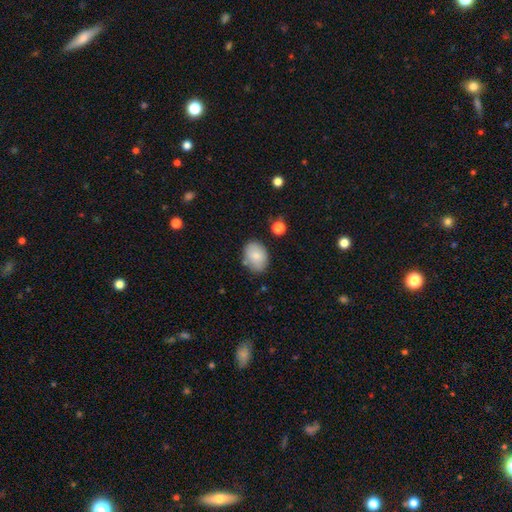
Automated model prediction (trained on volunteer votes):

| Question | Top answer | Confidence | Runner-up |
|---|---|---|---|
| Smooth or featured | smooth | 83% | featured or disk (10%) |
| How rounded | in between | 78% | round (21%) |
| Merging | none | 77% | minor disturbance (16%) |